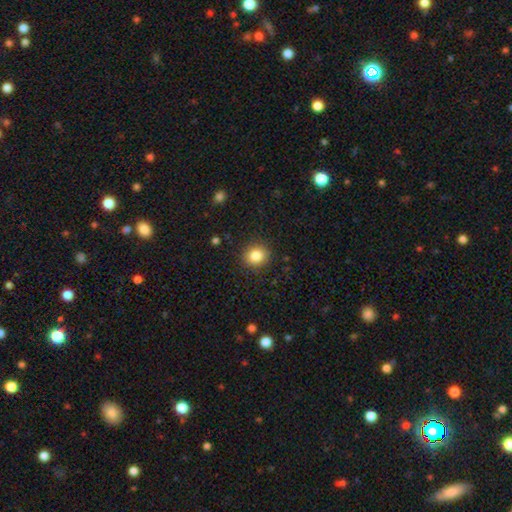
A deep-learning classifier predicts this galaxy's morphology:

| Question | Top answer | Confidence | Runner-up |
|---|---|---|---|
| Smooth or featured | smooth | 84% | star or artifact (10%) |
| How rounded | round | 83% | in between (16%) |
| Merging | none | 89% | minor disturbance (7%) |